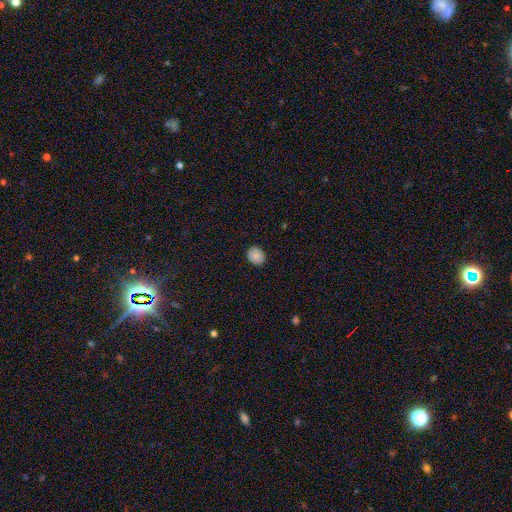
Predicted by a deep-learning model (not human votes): This is clearly a smooth galaxy (87%). How rounded: likely round (66%). Merging: clearly none (89%).